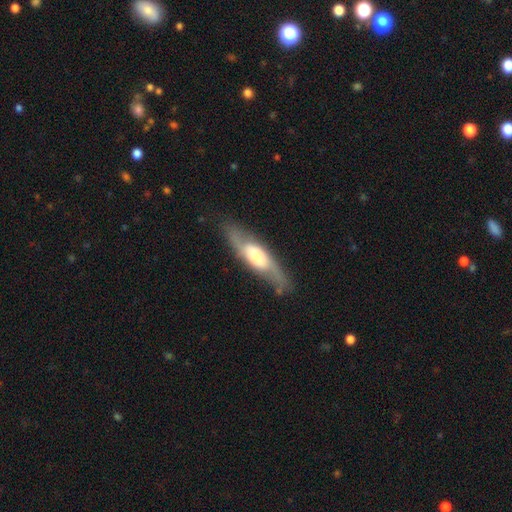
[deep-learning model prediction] Smooth or featured?
  - featured or disk: 65% *
  - smooth: 30%
  - star or artifact: 6%
Edge-on disk?
  - no: 52% *
  - yes: 48%
Merging?
  - none: 76% *
  - minor disturbance: 16%
  - major disturbance: 6%
  - merger: 2%